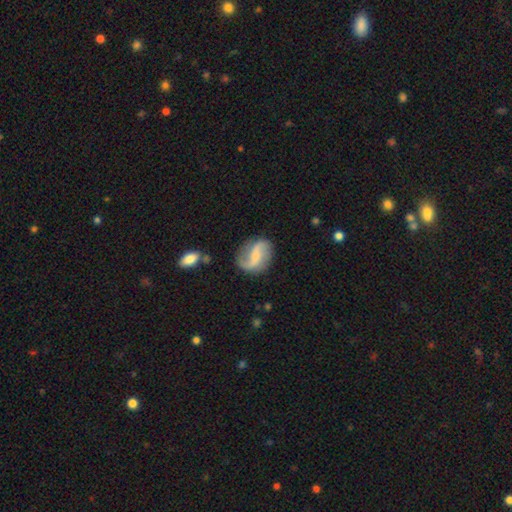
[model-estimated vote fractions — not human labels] smooth_or_featured: featured or disk (p=0.80) [alt: smooth p=0.15]
disk_edge_on: no (p=0.97) [alt: yes p=0.03]
bar: weak (p=0.43) [alt: no p=0.33]
has_spiral_arms: yes (p=0.94) [alt: no p=0.06]
spiral_winding: loose (p=0.75) [alt: medium p=0.20]
spiral_arm_count: 2 (p=0.89) [alt: 1 p=0.05]
bulge_size: small (p=0.60) [alt: moderate p=0.24]
merging: none (p=0.74) [alt: minor disturbance p=0.16]